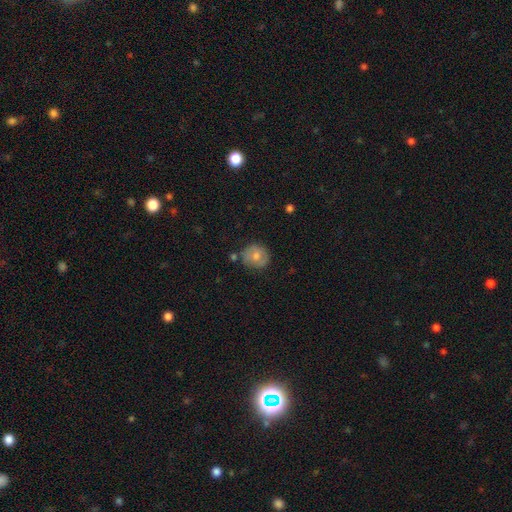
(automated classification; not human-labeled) Smooth or featured: smooth — 69% (featured or disk — 23%)
How rounded: round — 85% (in between — 14%)
Merging: none — 75% (minor disturbance — 16%)